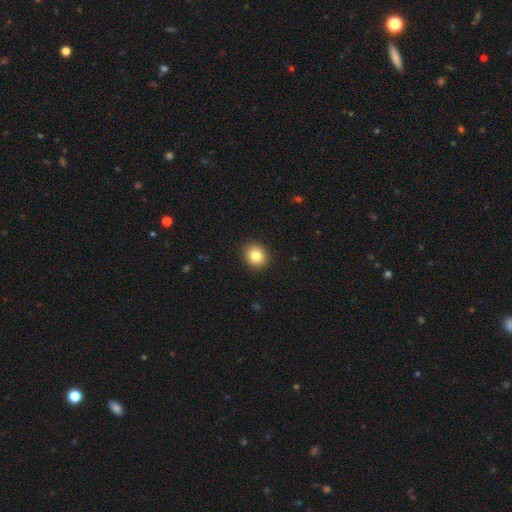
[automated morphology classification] Smooth or featured? smooth (82%)
How rounded? round (80%)
Merging? none (91%)